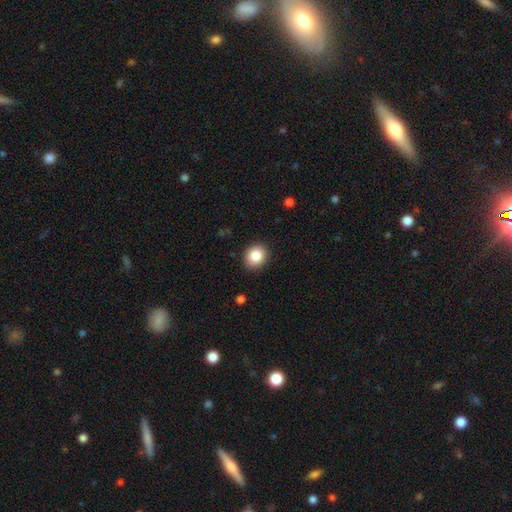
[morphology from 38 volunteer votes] Smooth or featured? smooth (89%)
How rounded? round (62%)
Merging? none (92%)